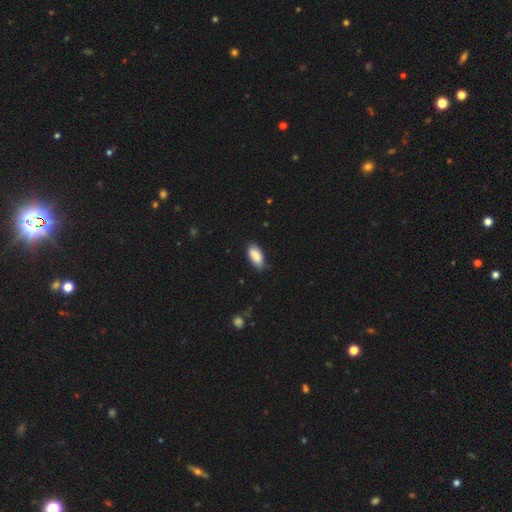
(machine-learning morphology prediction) Smooth or featured? smooth (89%)
How rounded? in between (90%)
Merging? none (76%)